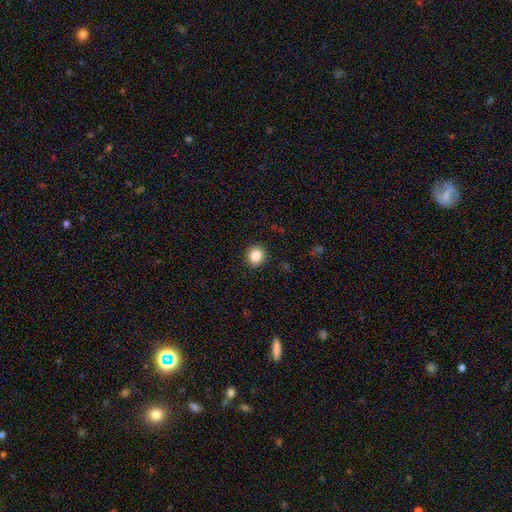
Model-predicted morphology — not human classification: smooth-or-featured: smooth: 87% | star or artifact: 10% | featured or disk: 4%
  how-rounded: round: 86% | in between: 13% | cigar-shaped: 1%
  merging: none: 91% | minor disturbance: 6% | major disturbance: 2% | merger: 1%